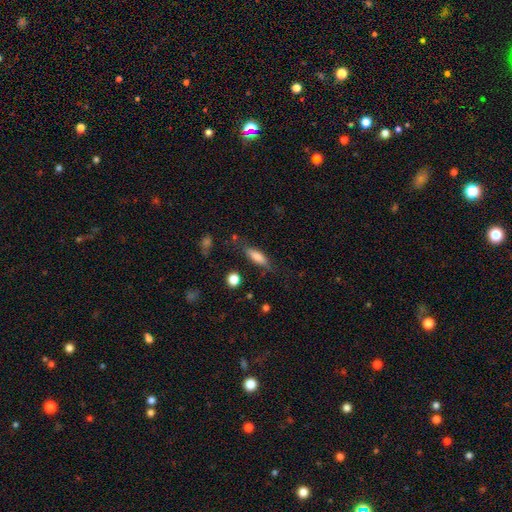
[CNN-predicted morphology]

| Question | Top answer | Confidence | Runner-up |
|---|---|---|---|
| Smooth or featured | smooth | 75% | featured or disk (18%) |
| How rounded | in between | 49% | cigar-shaped (48%) |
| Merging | none | 71% | minor disturbance (19%) |